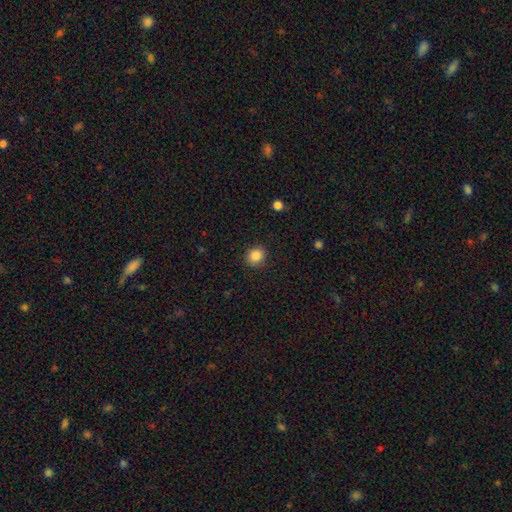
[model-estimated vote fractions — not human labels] This is clearly a smooth galaxy (85%). How rounded: clearly round (84%). Merging: clearly none (89%).